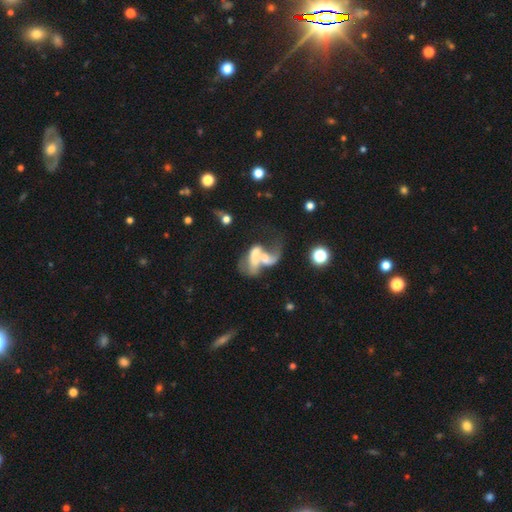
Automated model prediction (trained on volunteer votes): This is possibly a featured or disk galaxy (58%). It is clearly not viewed edge-on (96%). Bar: likely no (66%). Spiral arm pattern: possibly no (52%). Central bulge: marginally moderate (31%). Merging: likely merger (68%).